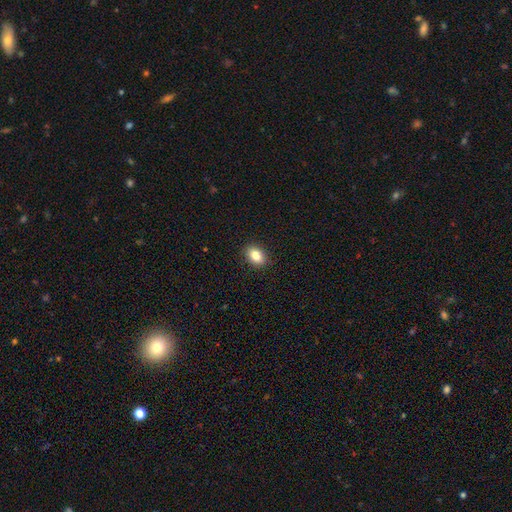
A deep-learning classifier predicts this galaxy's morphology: Overall: smooth (84%). How rounded: in between (77%). Merging: none (90%).